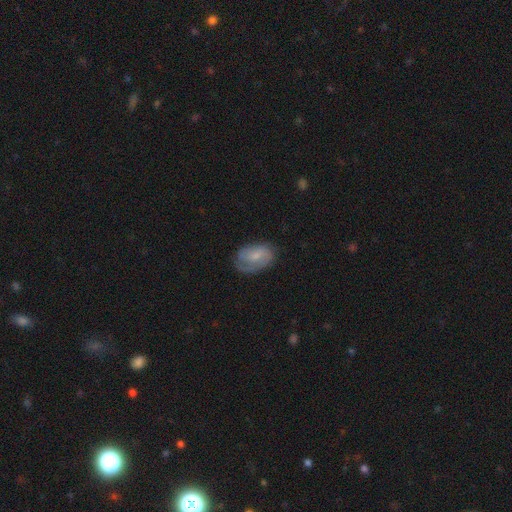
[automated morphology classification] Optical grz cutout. It shows a smooth galaxy with no disk features (50%). Merging: none (61%).